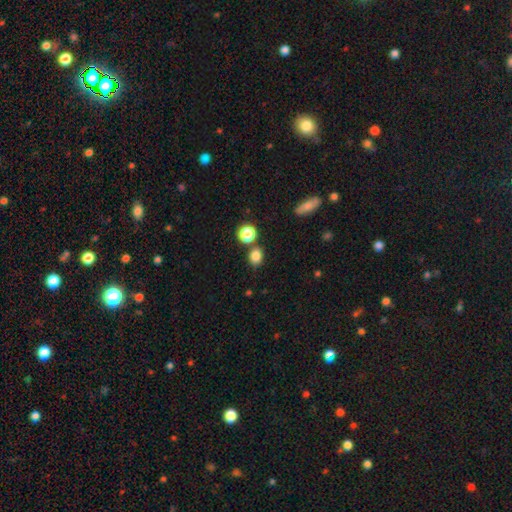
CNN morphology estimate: Smooth or featured? smooth (83%)
How rounded? round (53%)
Merging? none (73%)